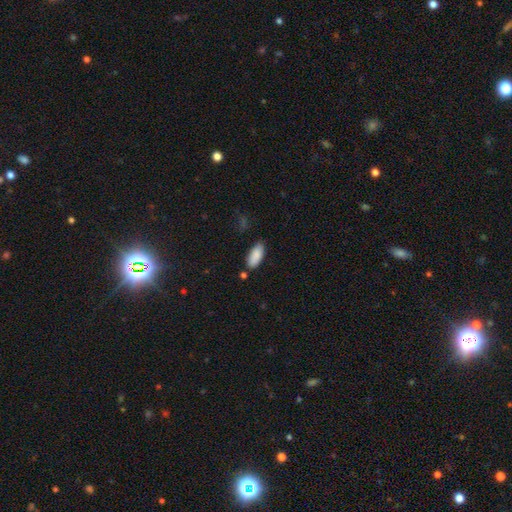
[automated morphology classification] smooth_or_featured: smooth (p=0.89) [alt: star or artifact p=0.06]
how_rounded: in between (p=0.86) [alt: cigar-shaped p=0.12]
merging: none (p=0.77) [alt: minor disturbance p=0.15]